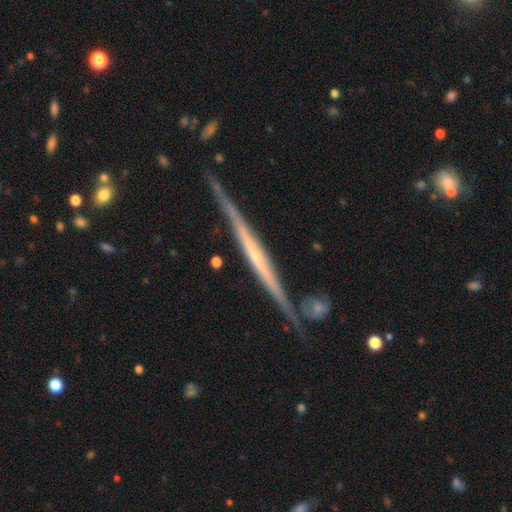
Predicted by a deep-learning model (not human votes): Smooth or featured?
  - featured or disk: 82% *
  - smooth: 13%
  - star or artifact: 5%
Edge-on disk?
  - yes: 97% *
  - no: 3%
Edge-on bulge?
  - none: 60% *
  - rounded: 30%
  - boxy: 9%
Merging?
  - none: 79% *
  - minor disturbance: 14%
  - merger: 4%
  - major disturbance: 3%